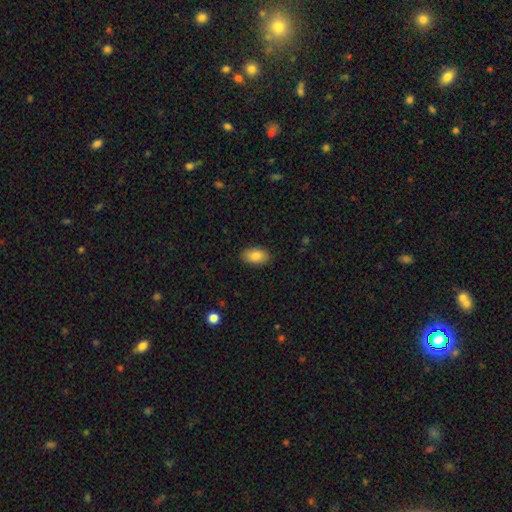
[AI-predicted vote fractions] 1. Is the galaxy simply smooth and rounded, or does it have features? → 85% smooth, 8% featured or disk, 7% star or artifact.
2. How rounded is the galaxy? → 93% in between, 5% round, 2% cigar-shaped.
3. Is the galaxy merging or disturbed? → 88% none, 9% minor disturbance, 2% major disturbance, 1% merger.